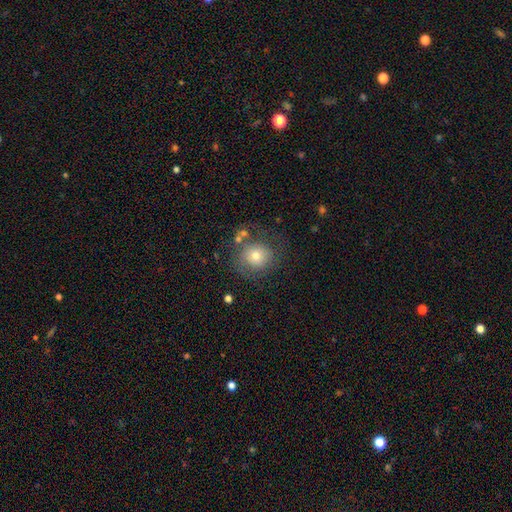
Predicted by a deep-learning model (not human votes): Morphology: type=smooth (66%); roundness=round (87%); merging=none (66%).